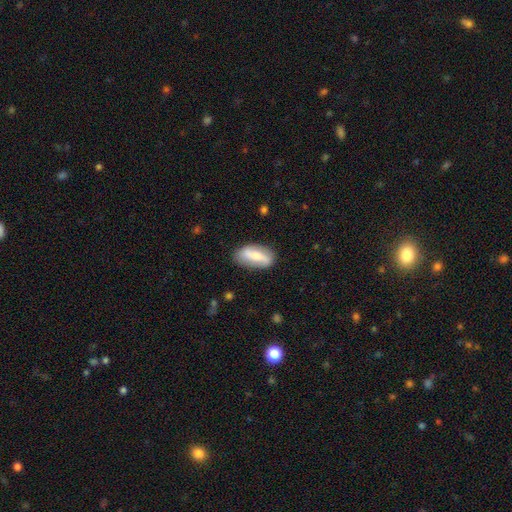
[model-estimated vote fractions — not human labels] Overall: smooth (47%, tied with featured or disk). Merging: none (80%).